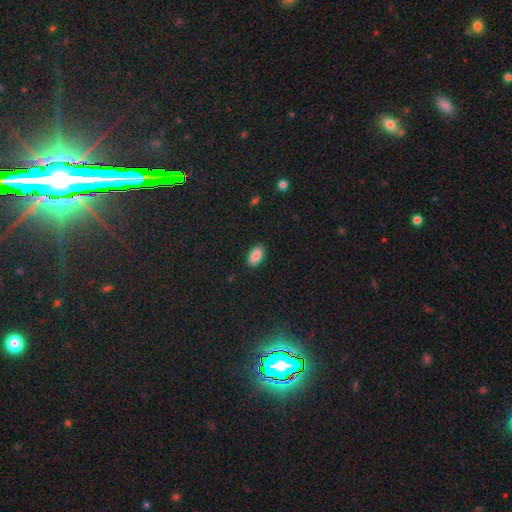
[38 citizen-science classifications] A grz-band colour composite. It shows a smooth galaxy with no disk features (87%) that is in between round and cigar-shaped (94%). Merging: none (89%).